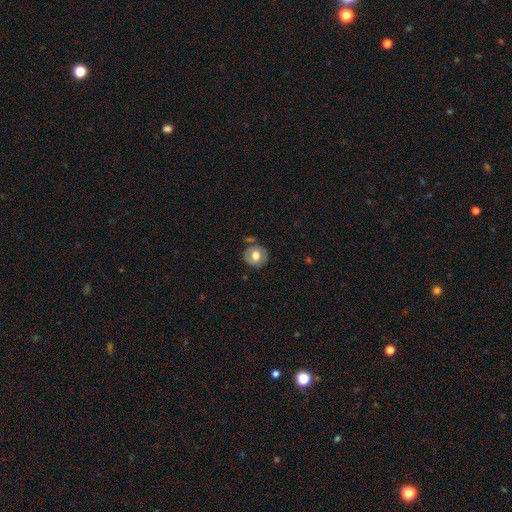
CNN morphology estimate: type=smooth (62%); roundness=round (88%); merging=none (79%).